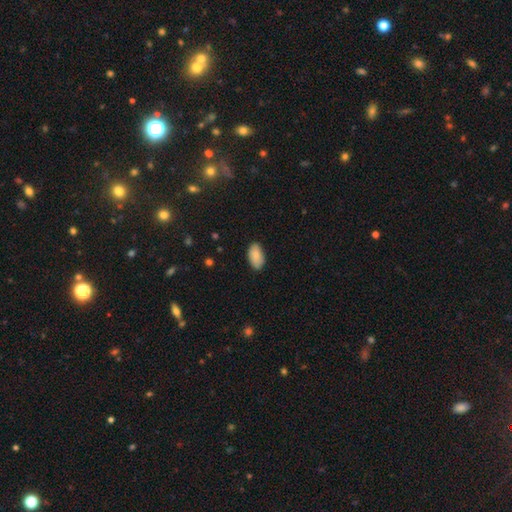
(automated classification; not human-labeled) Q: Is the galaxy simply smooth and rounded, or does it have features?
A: smooth — 89%.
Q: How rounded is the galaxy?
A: in between — 95%.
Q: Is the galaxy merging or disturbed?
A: none — 86%.